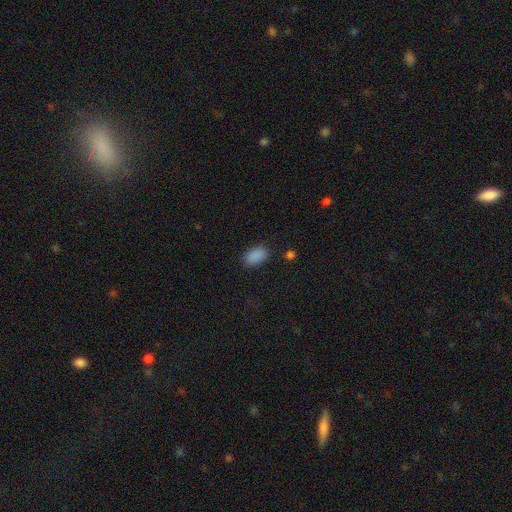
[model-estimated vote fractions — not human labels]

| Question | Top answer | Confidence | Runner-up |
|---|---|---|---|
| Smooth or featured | smooth | 88% | star or artifact (9%) |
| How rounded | in between | 93% | round (5%) |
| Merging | none | 86% | minor disturbance (10%) |